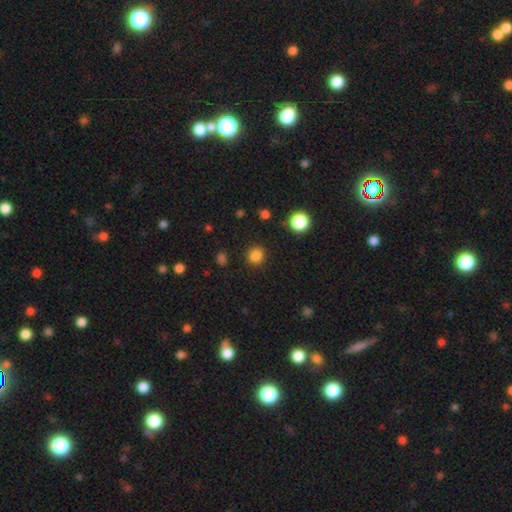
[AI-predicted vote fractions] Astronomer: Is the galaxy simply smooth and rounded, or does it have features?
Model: smooth — 83%.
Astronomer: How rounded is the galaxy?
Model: round — 87%.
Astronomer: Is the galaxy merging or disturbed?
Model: none — 89%.